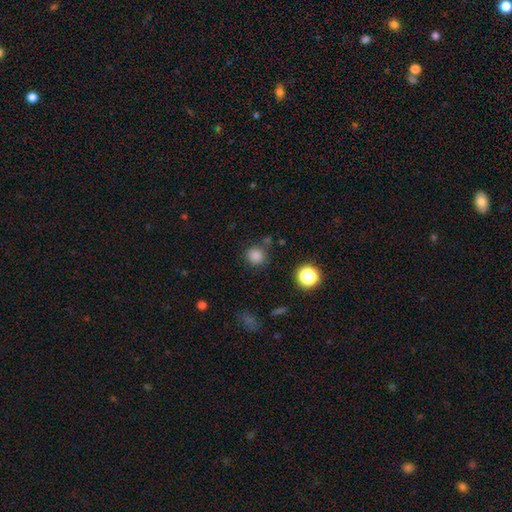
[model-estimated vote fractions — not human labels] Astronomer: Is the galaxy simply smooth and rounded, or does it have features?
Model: smooth — 81%.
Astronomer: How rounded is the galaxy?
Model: round — 91%.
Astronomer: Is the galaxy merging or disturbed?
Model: none — 78%.